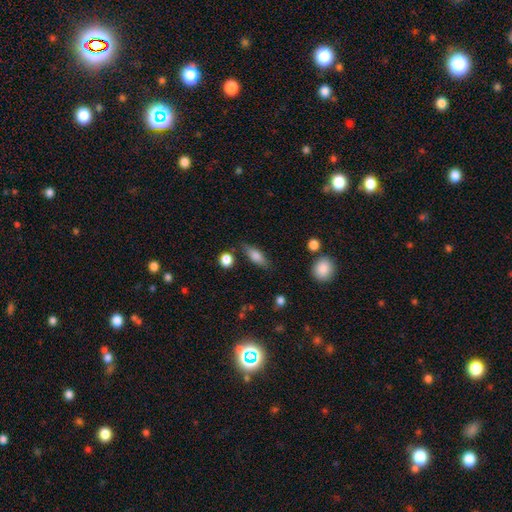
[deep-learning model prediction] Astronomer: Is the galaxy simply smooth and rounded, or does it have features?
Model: smooth — 72%.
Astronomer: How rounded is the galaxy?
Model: in between — 67%.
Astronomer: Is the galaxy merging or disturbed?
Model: none — 76%.